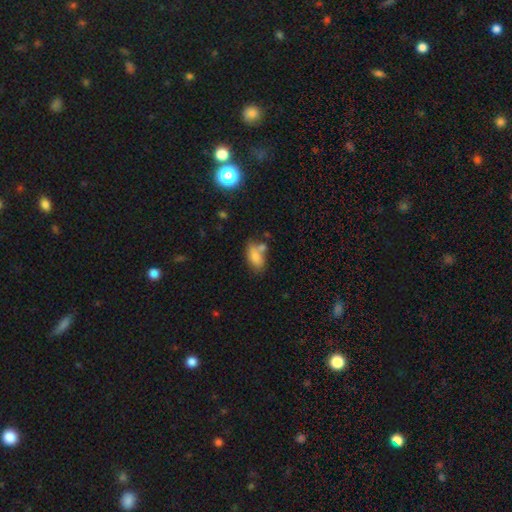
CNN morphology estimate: Q: Smooth or featured?
A: smooth (78%); runner-up: featured or disk (13%)
Q: How rounded?
A: in between (89%); runner-up: round (6%)
Q: Merging?
A: none (49%); runner-up: merger (24%)